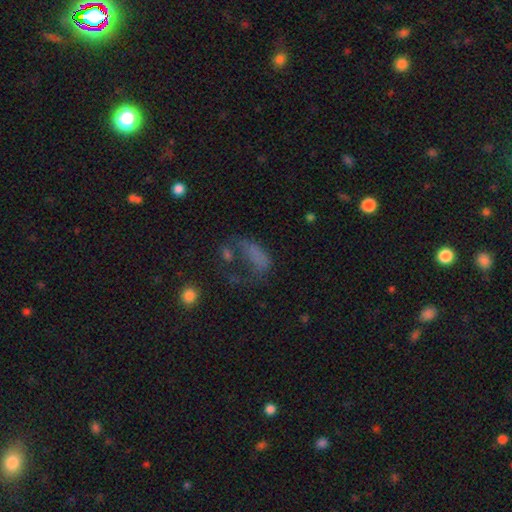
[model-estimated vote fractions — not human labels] Smooth or featured?
  - smooth: 51% *
  - featured or disk: 26%
  - star or artifact: 23%
How rounded?
  - in between: 76% *
  - round: 12%
  - cigar-shaped: 12%
Merging?
  - major disturbance: 47% *
  - none: 26%
  - minor disturbance: 15%
  - merger: 12%